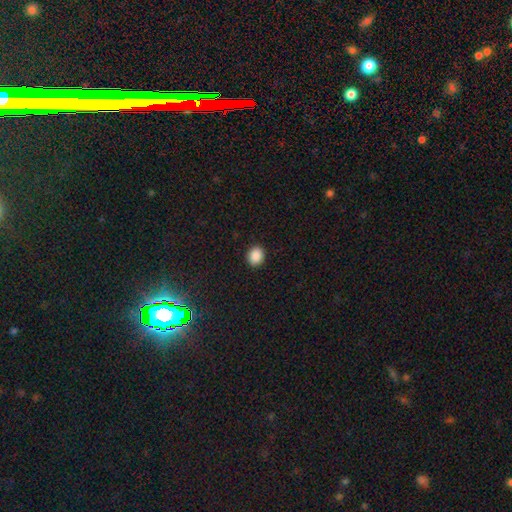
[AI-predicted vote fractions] smooth_or_featured: smooth (p=0.89) [alt: star or artifact p=0.09]
how_rounded: round (p=0.64) [alt: in between p=0.35]
merging: none (p=0.91) [alt: minor disturbance p=0.06]